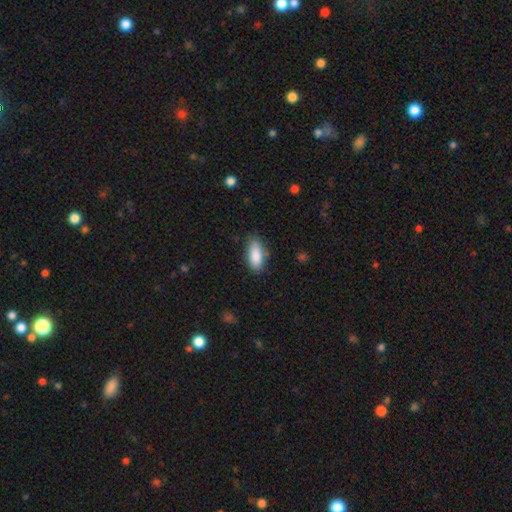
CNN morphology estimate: Smooth or featured? smooth (87%)
How rounded? in between (85%)
Merging? none (77%)